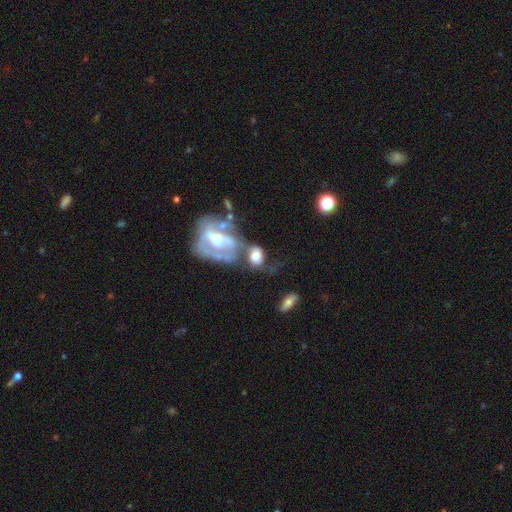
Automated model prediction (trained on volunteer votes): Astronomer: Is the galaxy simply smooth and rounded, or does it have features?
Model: featured or disk — 53% (runner-up: smooth, 38%).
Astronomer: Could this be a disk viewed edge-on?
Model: no — 95%.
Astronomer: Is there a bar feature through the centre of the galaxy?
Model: no — 59%.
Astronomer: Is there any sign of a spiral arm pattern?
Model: yes — 66%.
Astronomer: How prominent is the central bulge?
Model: moderate — 46% (runner-up: large, 29%).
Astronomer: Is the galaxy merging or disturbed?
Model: merger — 48%.